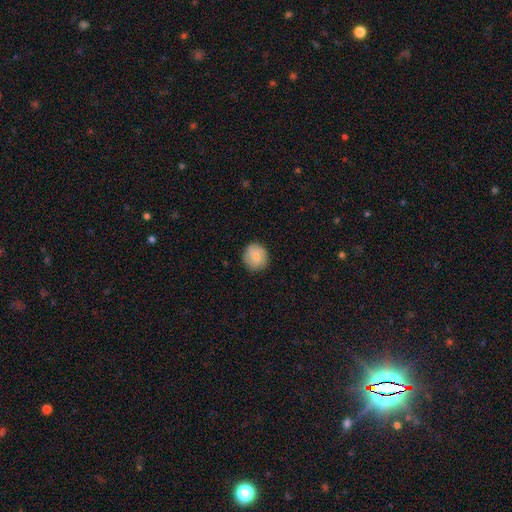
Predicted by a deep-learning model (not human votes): Smooth or featured?
  - smooth: 78% *
  - featured or disk: 16%
  - star or artifact: 7%
How rounded?
  - round: 90% *
  - in between: 9%
  - cigar-shaped: 1%
Merging?
  - none: 87% *
  - minor disturbance: 10%
  - major disturbance: 2%
  - merger: 1%